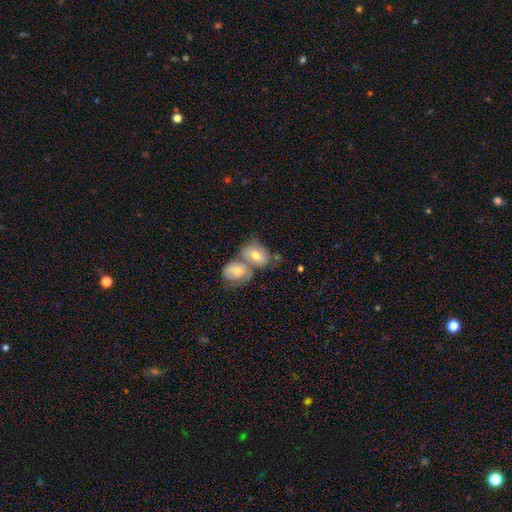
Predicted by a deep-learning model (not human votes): smooth_or_featured: smooth (p=0.71) [alt: featured or disk p=0.22]
how_rounded: in between (p=0.78) [alt: round p=0.20]
merging: merger (p=0.59) [alt: none p=0.27]